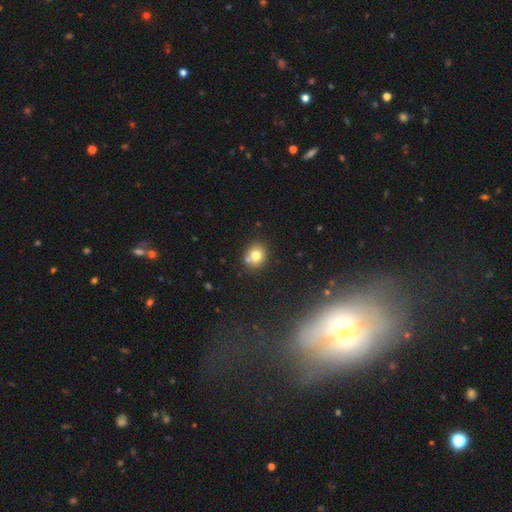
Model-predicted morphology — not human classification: This is likely a smooth galaxy (76%). How rounded: likely round (76%). Merging: likely none (72%).